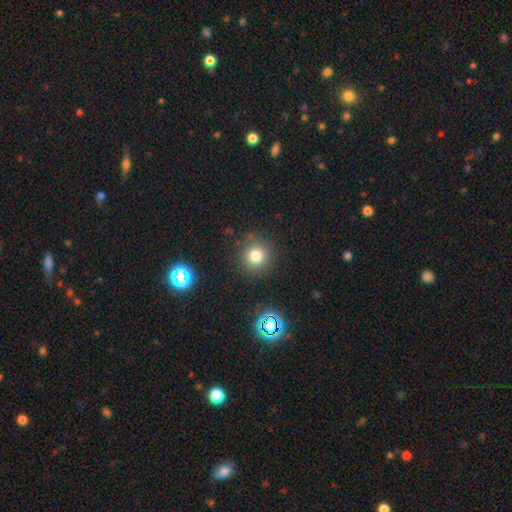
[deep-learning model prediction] smooth 77%, star or artifact 17%, featured or disk 7%. Down the decision tree: how rounded — round (93%); merging — none (87%).